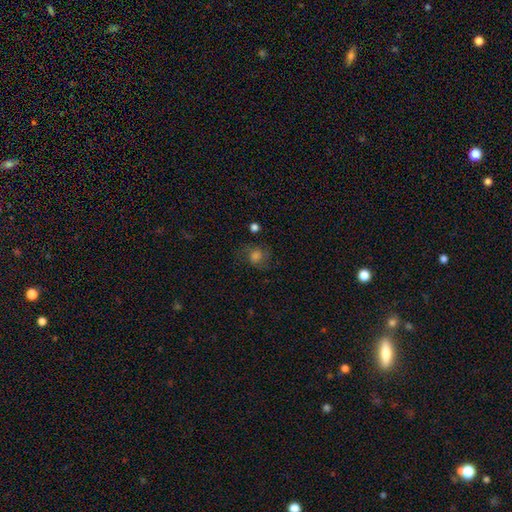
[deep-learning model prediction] A smooth galaxy with no disk features (51%) that is round (73%). Merging: none (63%).